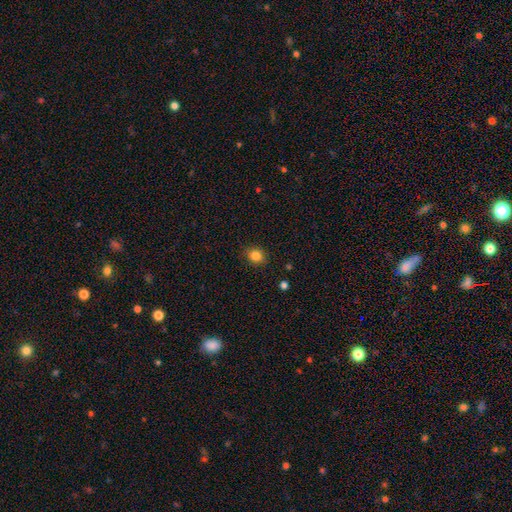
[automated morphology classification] Smooth or featured: smooth — 83% (star or artifact — 12%)
How rounded: round — 71% (in between — 28%)
Merging: none — 89% (minor disturbance — 8%)